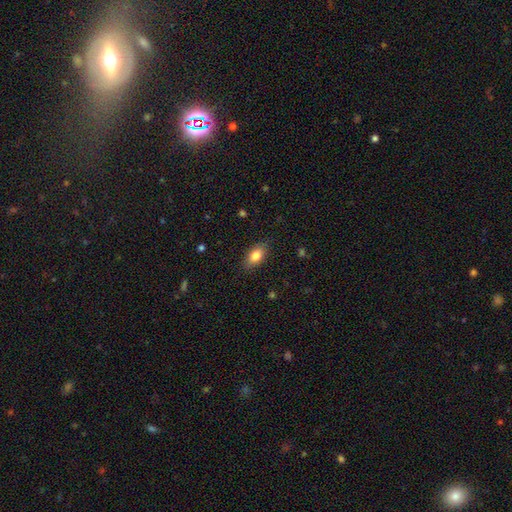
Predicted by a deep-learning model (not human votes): smooth 81%, featured or disk 12%, star or artifact 7%. Down the decision tree: how rounded — in between (86%); merging — none (86%).